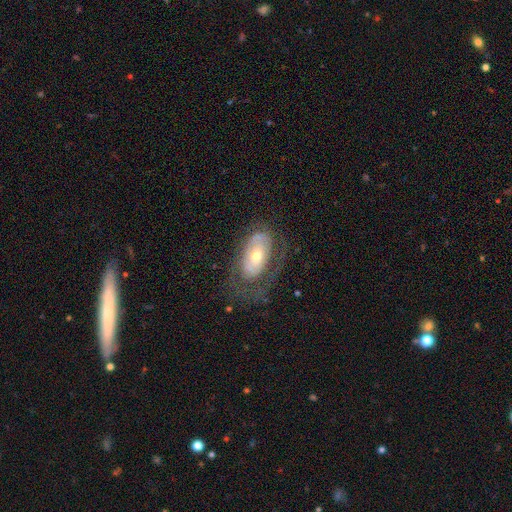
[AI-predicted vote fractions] Overall: featured or disk (59%; smooth 34%). Edge-on disk: no (89%). Bar: no (76%). Spiral arms: no (51%; yes 49%). Bulge size: moderate (52%; small 42%). Merging: none (50%; major disturbance 27%).